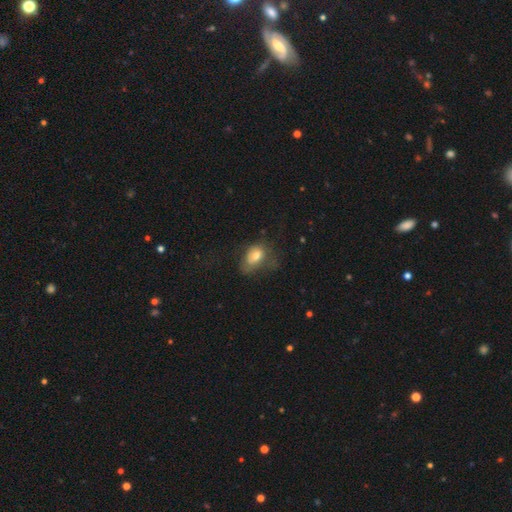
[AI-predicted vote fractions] Q: Smooth or featured?
A: smooth (68%); runner-up: featured or disk (22%)
Q: How rounded?
A: in between (84%); runner-up: round (14%)
Q: Merging?
A: none (37%); runner-up: major disturbance (31%)